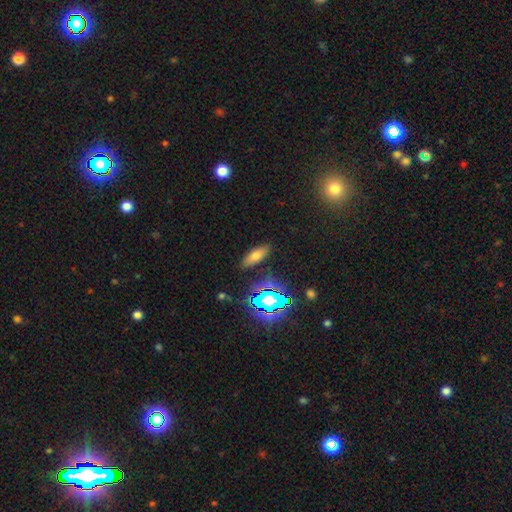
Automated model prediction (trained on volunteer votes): smooth 64%, star or artifact 18%, featured or disk 17%. Down the decision tree: how rounded — in between (66%); merging — none (86%).